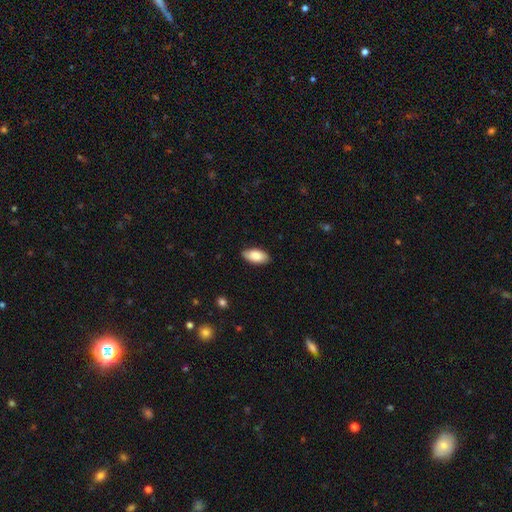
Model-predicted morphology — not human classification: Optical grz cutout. It shows a smooth galaxy with no disk features (85%) that is in between round and cigar-shaped (93%). Merging: none (85%).